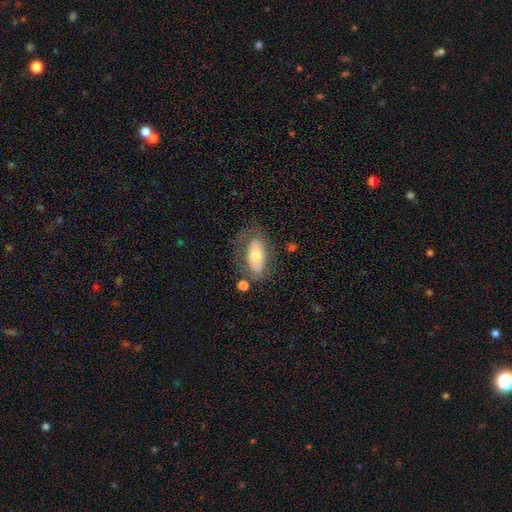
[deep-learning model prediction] The model was most divided on "smooth or featured": smooth: 49%, featured or disk: 44%, star or artifact: 7%. More confident: merging — none (62%).